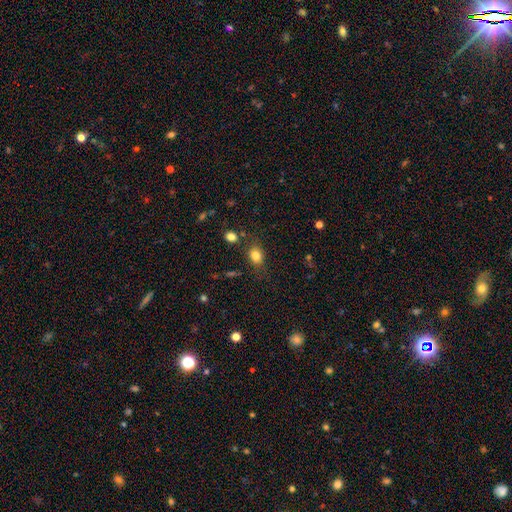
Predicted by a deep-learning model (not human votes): A smooth galaxy with no disk features (81%) that is in between round and cigar-shaped (55%).

Vote fractions:
- Smooth or featured? smooth: 81% / star or artifact: 11% / featured or disk: 8%
- How rounded? in between: 55% / round: 43% / cigar-shaped: 2%
- Merging? none: 74% / minor disturbance: 16% / major disturbance: 5% / merger: 5%